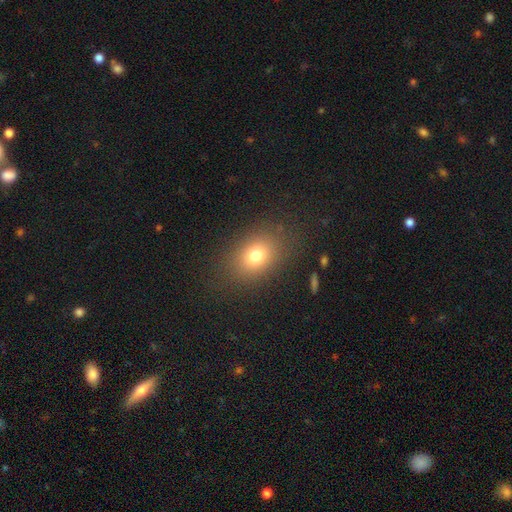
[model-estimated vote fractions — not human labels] Smooth or featured?
  - smooth: 74% *
  - star or artifact: 14%
  - featured or disk: 12%
How rounded?
  - in between: 66% *
  - round: 33%
  - cigar-shaped: 1%
Merging?
  - none: 82% *
  - minor disturbance: 11%
  - major disturbance: 6%
  - merger: 1%